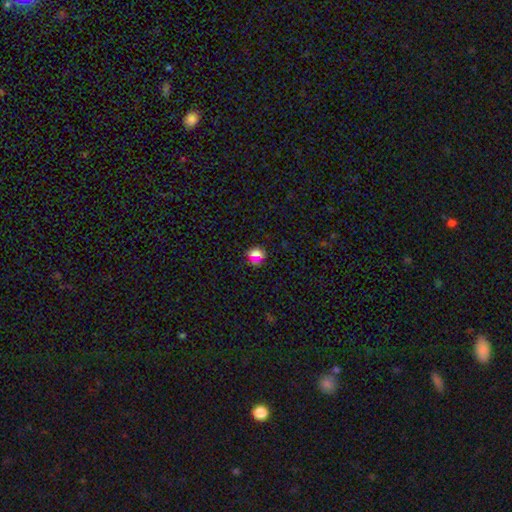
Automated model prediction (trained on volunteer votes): This is likely a smooth galaxy (61%). How rounded: likely round (76%). Merging: clearly none (82%).